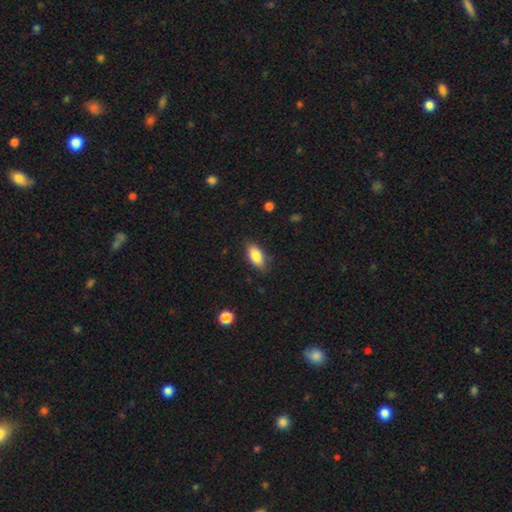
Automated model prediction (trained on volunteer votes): Smooth or featured? smooth (84%)
How rounded? in between (88%)
Merging? none (82%)